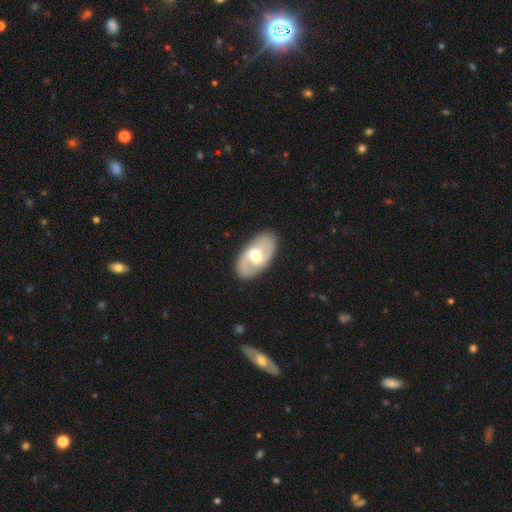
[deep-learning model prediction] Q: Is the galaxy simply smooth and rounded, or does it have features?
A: featured or disk — 75%.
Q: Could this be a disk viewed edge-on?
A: no — 94%.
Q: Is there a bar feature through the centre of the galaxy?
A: weak — 48%.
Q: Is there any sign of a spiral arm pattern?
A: yes — 83%.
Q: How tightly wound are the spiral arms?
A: medium — 48%.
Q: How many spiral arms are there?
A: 2 — 89%.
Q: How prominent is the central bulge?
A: moderate — 68%.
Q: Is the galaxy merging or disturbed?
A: none — 87%.